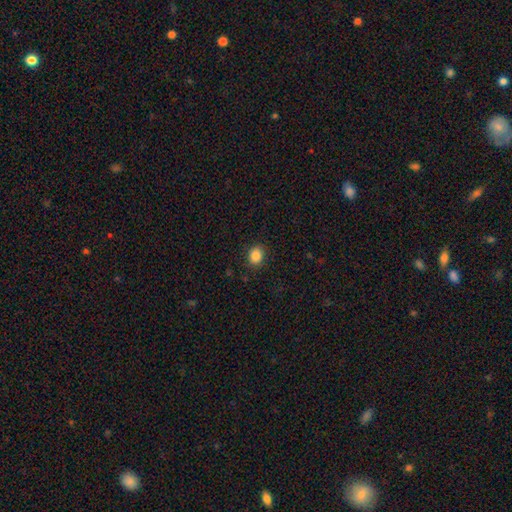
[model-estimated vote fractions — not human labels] smooth_or_featured: smooth (p=0.86) [alt: star or artifact p=0.10]
how_rounded: round (p=0.56) [alt: in between p=0.43]
merging: none (p=0.89) [alt: minor disturbance p=0.08]